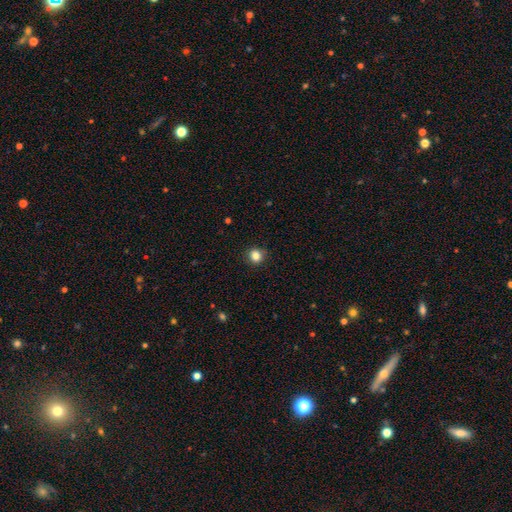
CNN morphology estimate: This is clearly a smooth galaxy (84%). How rounded: clearly round (91%). Merging: clearly none (91%).